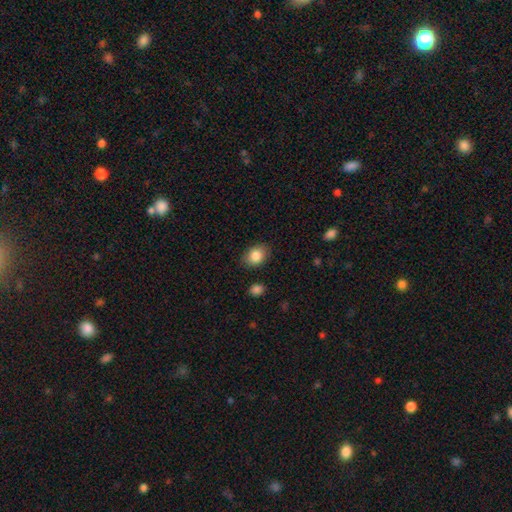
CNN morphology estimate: Smooth or featured?
  - smooth: 85% *
  - star or artifact: 8%
  - featured or disk: 7%
How rounded?
  - in between: 62% *
  - round: 37%
  - cigar-shaped: 1%
Merging?
  - none: 84% *
  - minor disturbance: 11%
  - major disturbance: 3%
  - merger: 2%